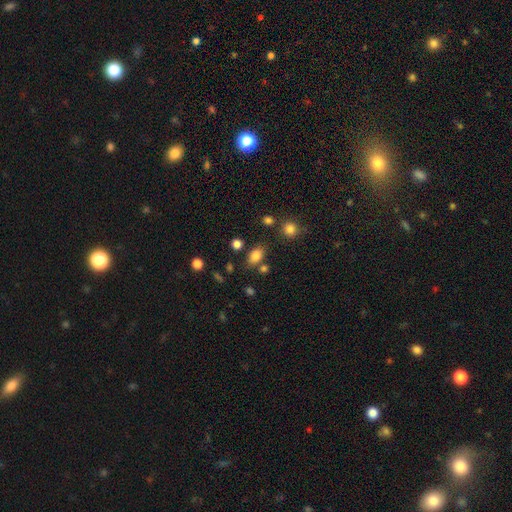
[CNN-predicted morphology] This appears to be a smooth galaxy with no disk features (81%) that is in between round and cigar-shaped (81%). Merging: none (74%).